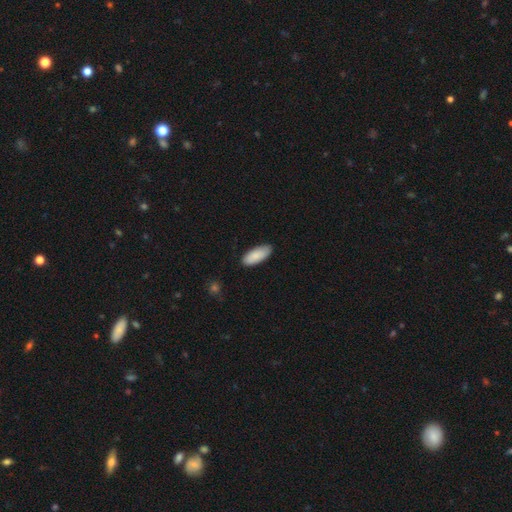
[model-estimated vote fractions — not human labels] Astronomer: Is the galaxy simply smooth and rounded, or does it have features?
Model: smooth — 88%.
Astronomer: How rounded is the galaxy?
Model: in between — 84%.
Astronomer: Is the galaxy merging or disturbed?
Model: none — 85%.